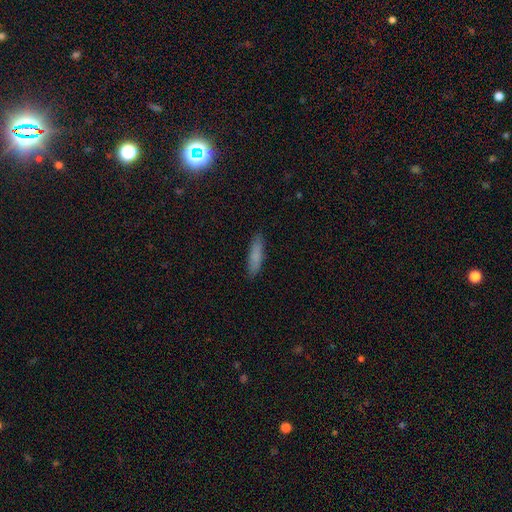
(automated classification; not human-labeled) Morphology: type=smooth (82%); roundness=cigar-shaped (74%); merging=none (87%).